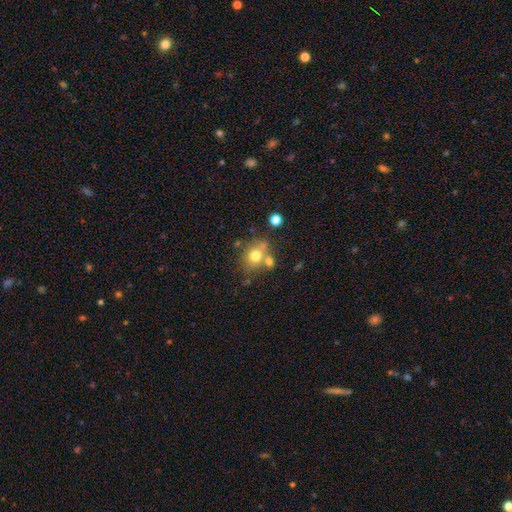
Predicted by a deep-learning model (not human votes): Smooth or featured?
  - smooth: 71% *
  - featured or disk: 17%
  - star or artifact: 12%
How rounded?
  - round: 62% *
  - in between: 36%
  - cigar-shaped: 1%
Merging?
  - none: 52% *
  - merger: 27%
  - minor disturbance: 15%
  - major disturbance: 6%